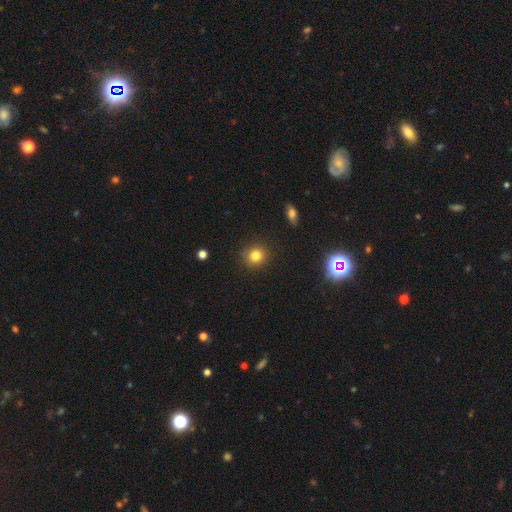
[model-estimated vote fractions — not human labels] Morphology: type=smooth (82%); roundness=round (89%); merging=none (88%).